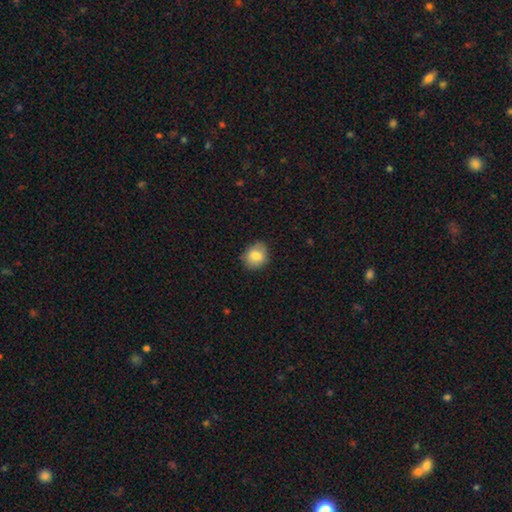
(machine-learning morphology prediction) The model was most divided on "how rounded": round: 61%, in between: 38%, cigar-shaped: 1%. More confident: smooth or featured — smooth (82%); merging — none (78%).